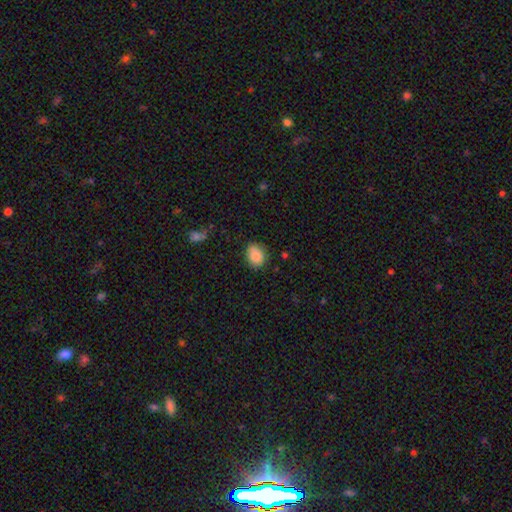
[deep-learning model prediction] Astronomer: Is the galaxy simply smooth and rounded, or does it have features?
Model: smooth — 85%.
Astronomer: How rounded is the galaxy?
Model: in between — 53% (runner-up: round, 45%).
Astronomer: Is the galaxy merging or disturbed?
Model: none — 80%.